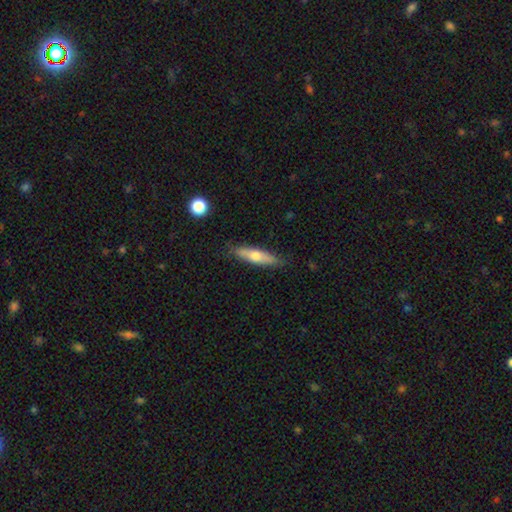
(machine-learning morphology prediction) A smooth galaxy with no disk features (55%) that is cigar-shaped (72%).

Vote fractions:
- Smooth or featured? smooth: 55% / featured or disk: 38% / star or artifact: 6%
- How rounded? cigar-shaped: 72% / in between: 26% / round: 2%
- Merging? none: 81% / minor disturbance: 15% / major disturbance: 3% / merger: 2%